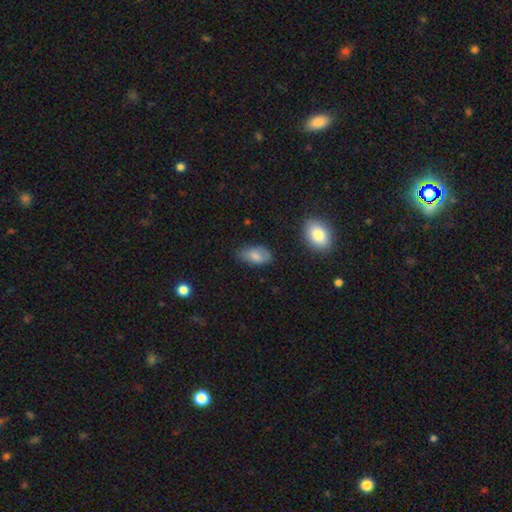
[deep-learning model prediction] Q: Smooth or featured?
A: smooth (78%); runner-up: featured or disk (14%)
Q: How rounded?
A: in between (93%); runner-up: round (5%)
Q: Merging?
A: none (65%); runner-up: minor disturbance (27%)